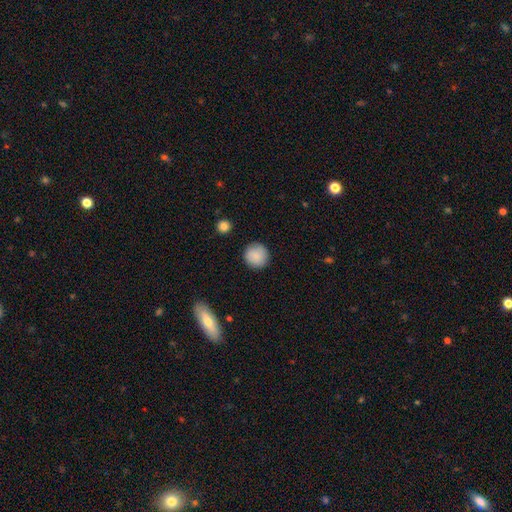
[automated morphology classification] This appears to be a smooth galaxy with no disk features (87%) that is round (94%). Merging: none (90%).